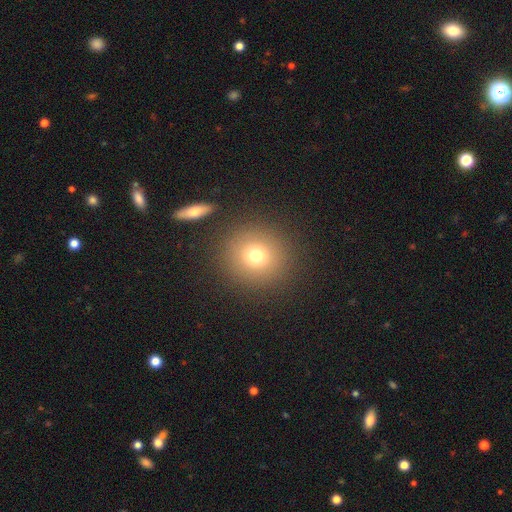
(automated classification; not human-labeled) smooth_or_featured: smooth (p=0.73) [alt: star or artifact p=0.15]
how_rounded: round (p=0.91) [alt: in between p=0.08]
merging: none (p=0.87) [alt: minor disturbance p=0.07]